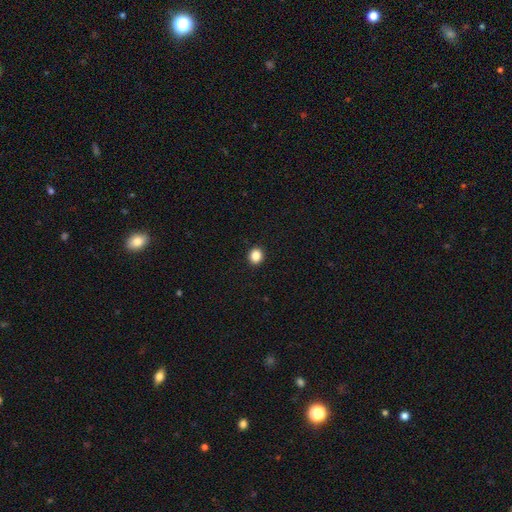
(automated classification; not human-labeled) This is clearly a smooth galaxy (86%). How rounded: clearly round (81%). Merging: clearly none (93%).